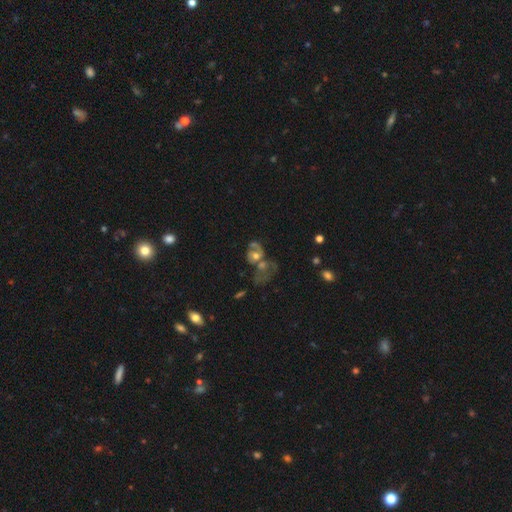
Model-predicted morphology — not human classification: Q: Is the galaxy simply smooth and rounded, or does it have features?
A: featured or disk — 52%.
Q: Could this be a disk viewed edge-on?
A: no — 96%.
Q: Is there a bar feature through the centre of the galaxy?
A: no — 84%.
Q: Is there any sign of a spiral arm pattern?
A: no — 54%.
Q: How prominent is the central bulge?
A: moderate — 55%.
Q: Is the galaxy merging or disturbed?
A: merger — 50%.